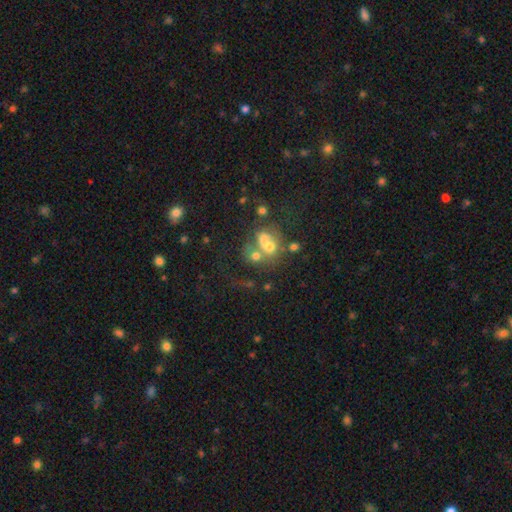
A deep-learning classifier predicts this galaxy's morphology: Smooth or featured: smooth — 52% (featured or disk — 27%)
How rounded: round — 61% (in between — 38%)
Merging: merger — 49% (none — 29%)